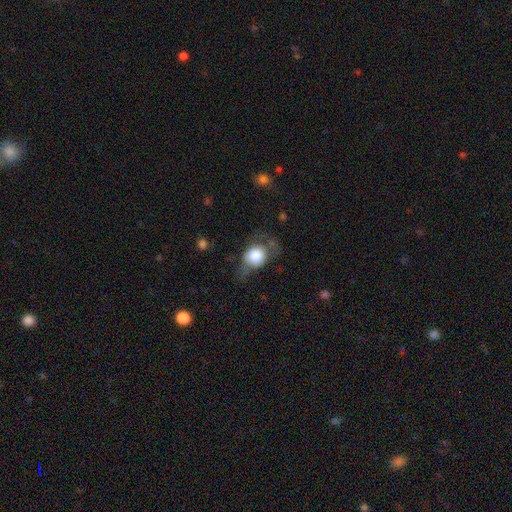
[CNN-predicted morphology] This appears to be a smooth galaxy with no disk features (69%) that is round (60%). Merging: none (46%).